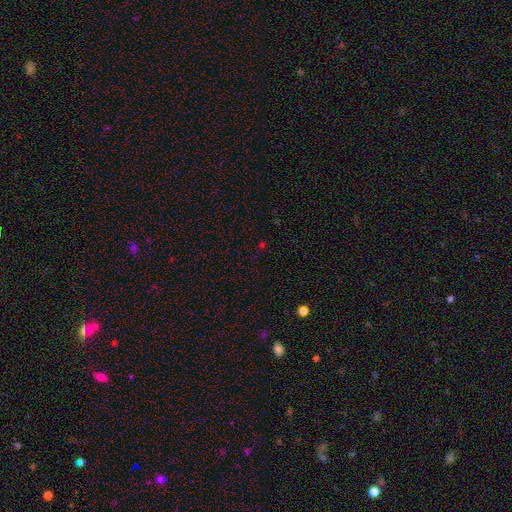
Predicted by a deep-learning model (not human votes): Q: Smooth or featured?
A: star or artifact (62%); runner-up: smooth (31%)